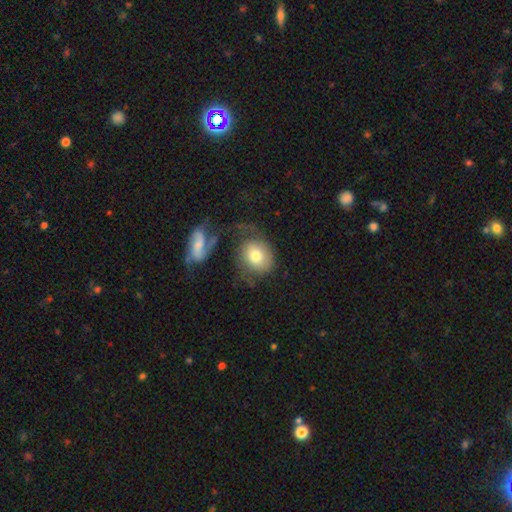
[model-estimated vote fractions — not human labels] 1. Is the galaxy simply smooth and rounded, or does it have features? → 65% smooth, 28% featured or disk, 7% star or artifact.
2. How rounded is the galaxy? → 64% round, 35% in between, 1% cigar-shaped.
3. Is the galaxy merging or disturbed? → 40% none, 22% merger, 20% major disturbance, 18% minor disturbance.